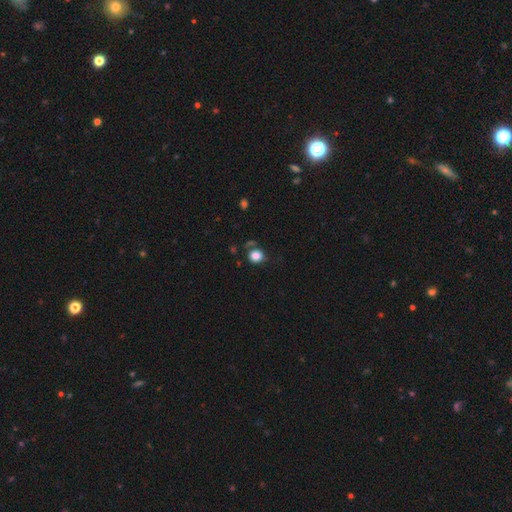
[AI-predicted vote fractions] Morphology: type=smooth (84%); roundness=round (82%); merging=none (71%).